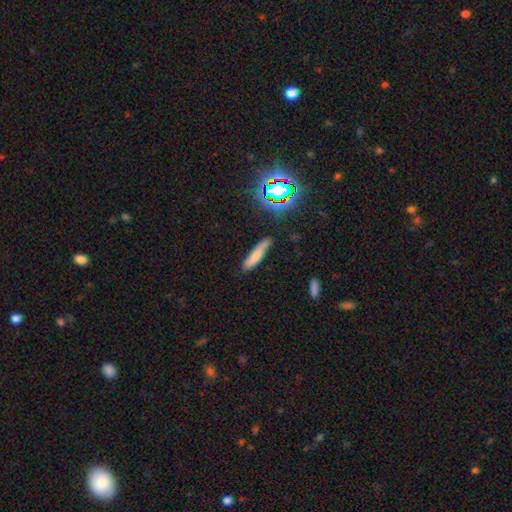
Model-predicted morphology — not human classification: Q: Smooth or featured?
A: smooth (70%); runner-up: featured or disk (20%)
Q: How rounded?
A: cigar-shaped (82%); runner-up: in between (16%)
Q: Merging?
A: none (73%); runner-up: minor disturbance (19%)